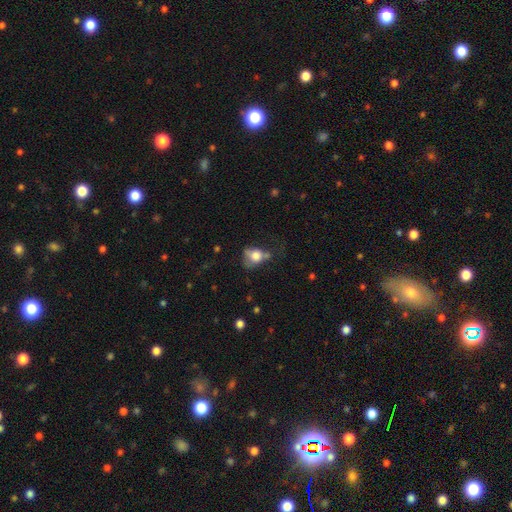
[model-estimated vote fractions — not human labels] Smooth or featured? smooth (71%)
How rounded? in between (52%)
Merging? major disturbance (31%)